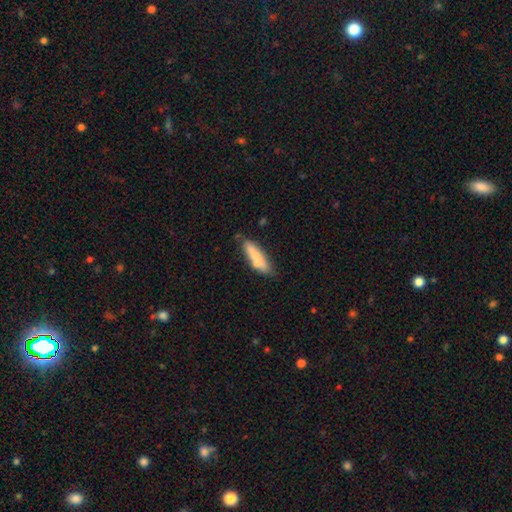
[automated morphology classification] type=smooth (75%); roundness=cigar-shaped (66%); merging=none (64%).